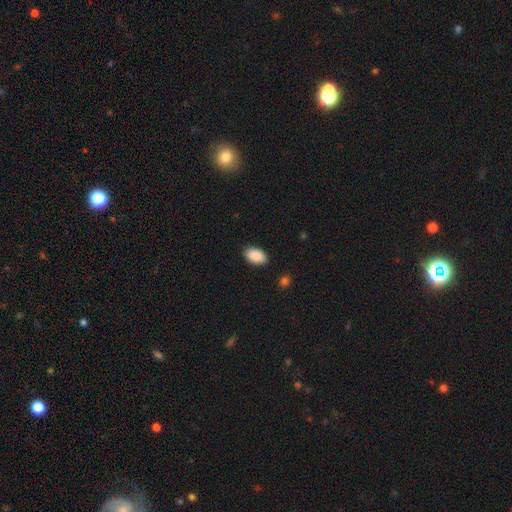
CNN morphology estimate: Overall: smooth (90%). How rounded: in between (94%). Merging: none (88%).